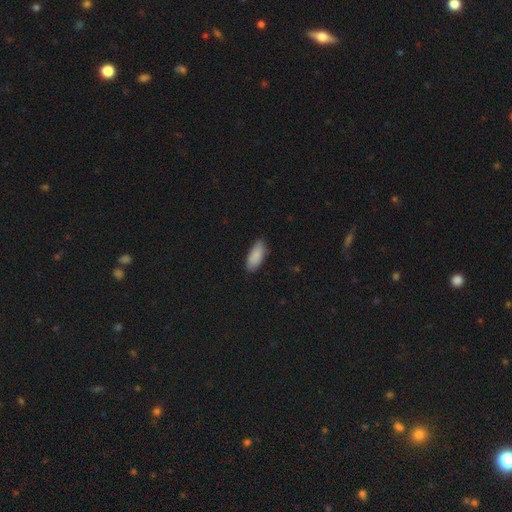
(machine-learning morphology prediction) type=smooth (89%); roundness=in between (85%); merging=none (86%).